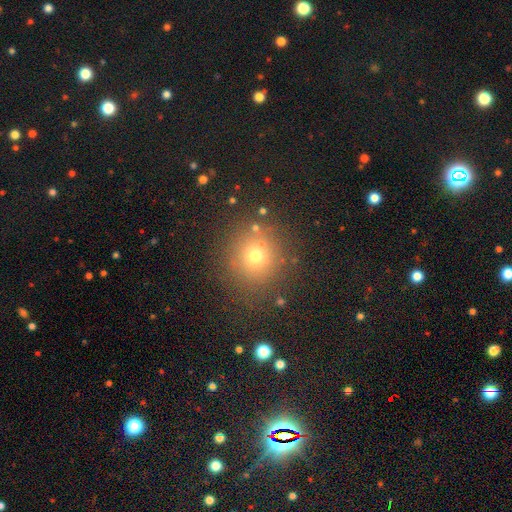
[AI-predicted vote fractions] The model was most divided on "smooth or featured": smooth: 69%, star or artifact: 20%, featured or disk: 12%. More confident: how rounded — round (89%); merging — none (81%).